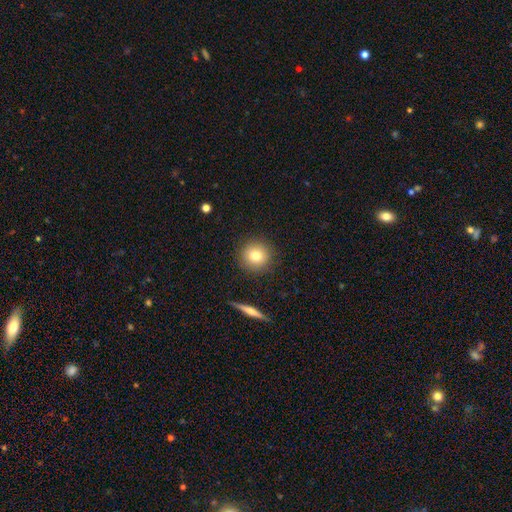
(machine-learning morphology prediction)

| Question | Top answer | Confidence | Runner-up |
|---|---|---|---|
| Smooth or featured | smooth | 79% | featured or disk (11%) |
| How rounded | round | 93% | in between (6%) |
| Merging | none | 89% | minor disturbance (7%) |